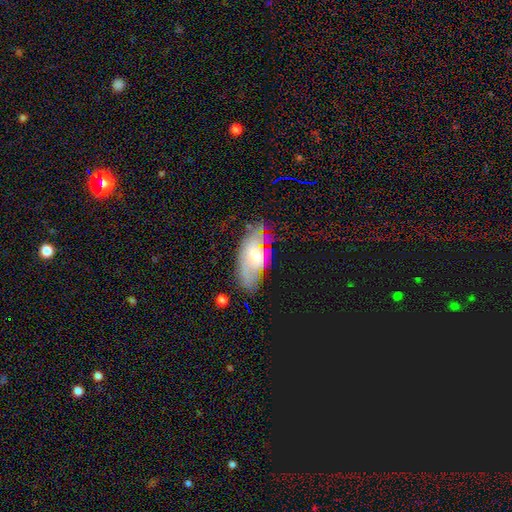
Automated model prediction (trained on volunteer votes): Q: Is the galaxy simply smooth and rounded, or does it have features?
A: featured or disk — 48%.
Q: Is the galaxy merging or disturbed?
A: none — 63%.